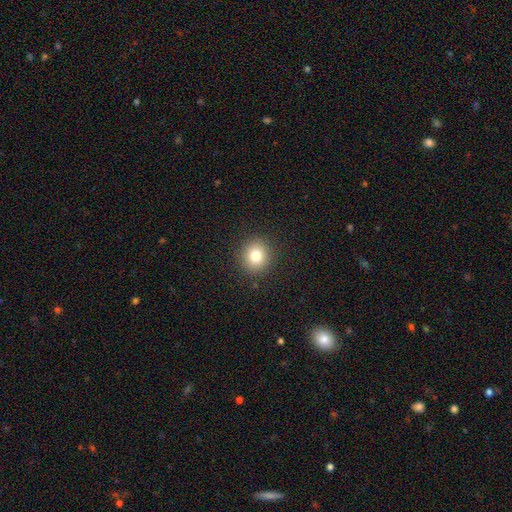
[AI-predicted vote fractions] Smooth or featured: smooth — 79% (star or artifact — 12%)
How rounded: round — 86% (in between — 13%)
Merging: none — 90% (minor disturbance — 6%)